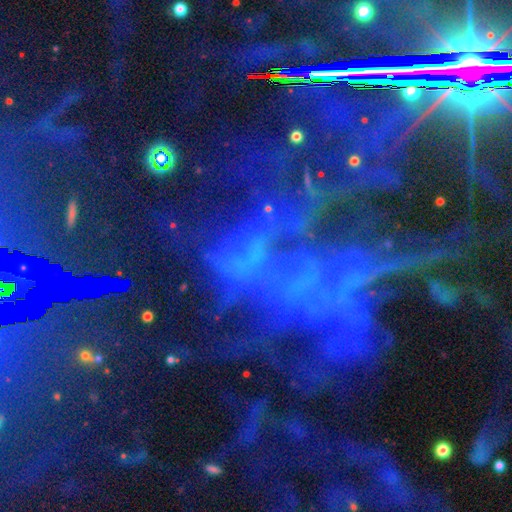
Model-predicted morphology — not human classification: Overall: star or artifact (46%; featured or disk 41%).